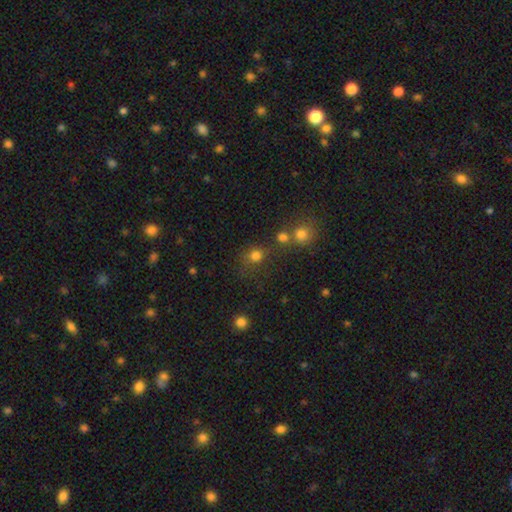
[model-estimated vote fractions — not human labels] Q: Smooth or featured?
A: smooth (76%); runner-up: star or artifact (17%)
Q: How rounded?
A: round (82%); runner-up: in between (17%)
Q: Merging?
A: none (58%); runner-up: merger (21%)